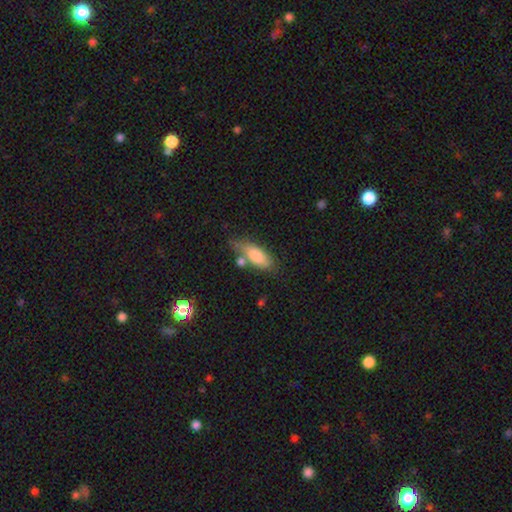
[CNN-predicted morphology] The model was most divided on "merging": none: 53%, minor disturbance: 24%, merger: 15%, major disturbance: 8%. More confident: smooth or featured — smooth (78%); how rounded — in between (71%).